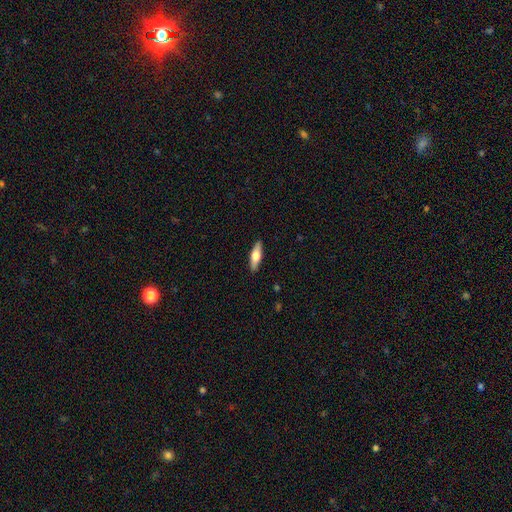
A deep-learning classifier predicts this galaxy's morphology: Q: Smooth or featured?
A: smooth (54%); runner-up: featured or disk (40%)
Q: How rounded?
A: cigar-shaped (52%); runner-up: in between (46%)
Q: Merging?
A: none (90%); runner-up: minor disturbance (8%)